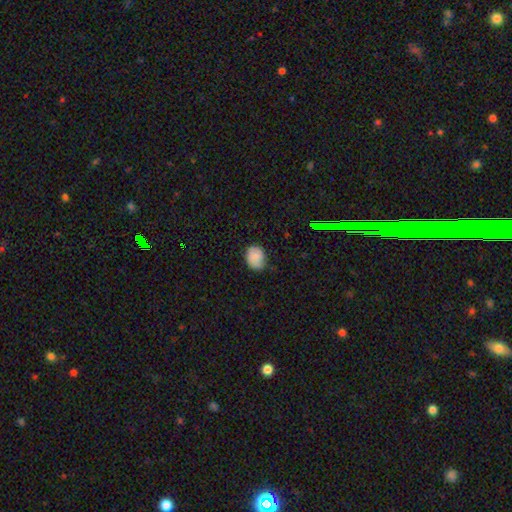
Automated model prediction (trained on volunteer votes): This is likely a smooth galaxy (78%). How rounded: possibly round (53%). Merging: likely none (65%).